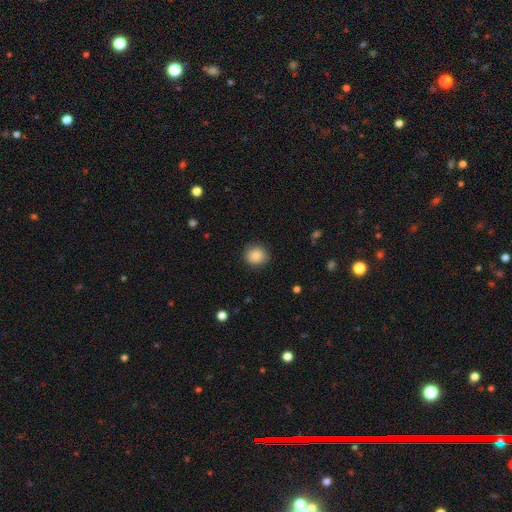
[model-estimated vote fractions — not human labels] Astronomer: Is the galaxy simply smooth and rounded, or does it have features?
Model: smooth — 86%.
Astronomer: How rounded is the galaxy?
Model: round — 83%.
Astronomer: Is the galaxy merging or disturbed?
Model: none — 86%.